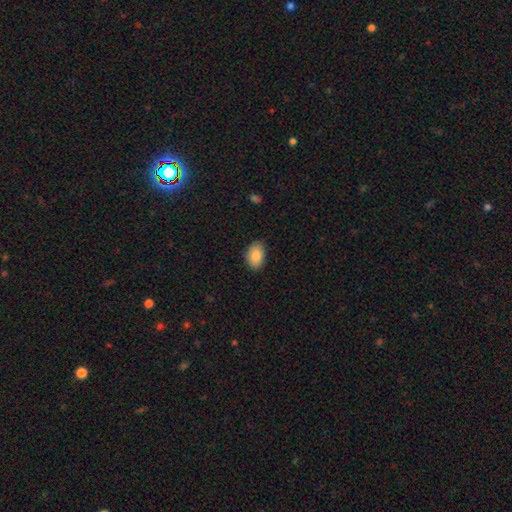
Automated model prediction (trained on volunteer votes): smooth 86%, star or artifact 7%, featured or disk 7%. Down the decision tree: how rounded — in between (87%); merging — none (84%).